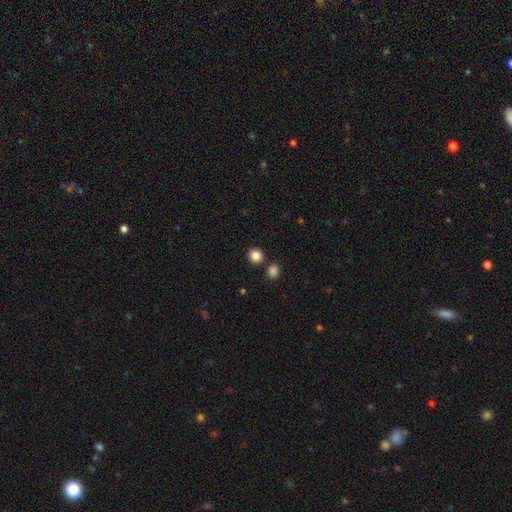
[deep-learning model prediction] A smooth galaxy with no disk features (86%) that is round (87%).

Vote fractions:
- Smooth or featured? smooth: 86% / star or artifact: 10% / featured or disk: 4%
- How rounded? round: 87% / in between: 12% / cigar-shaped: 1%
- Merging? none: 83% / merger: 8% / minor disturbance: 6% / major disturbance: 2%